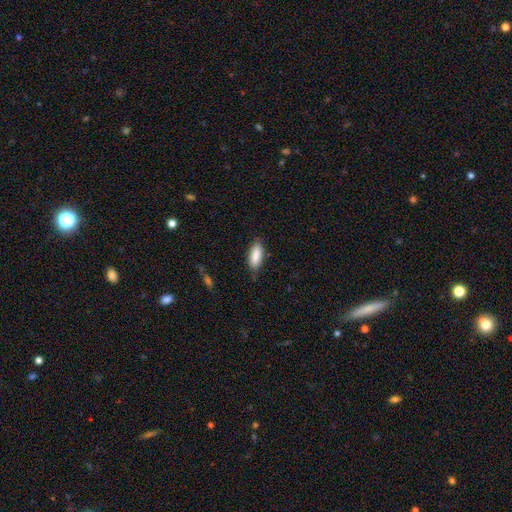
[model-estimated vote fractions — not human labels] smooth 88%, featured or disk 6%, star or artifact 6%. Down the decision tree: how rounded — in between (81%); merging — none (78%).